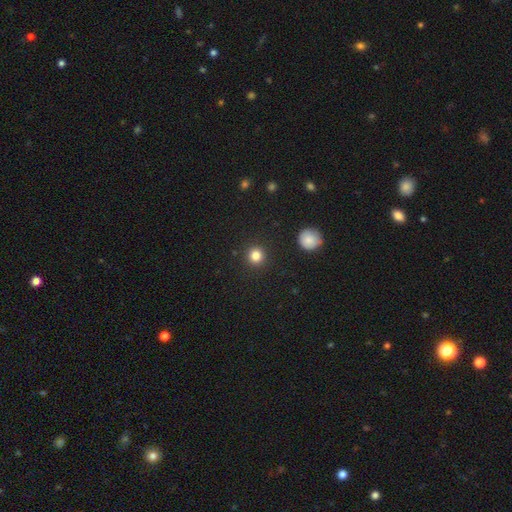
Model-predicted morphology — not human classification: This appears to be a smooth galaxy with no disk features (83%) that is round (94%). Merging: none (92%).